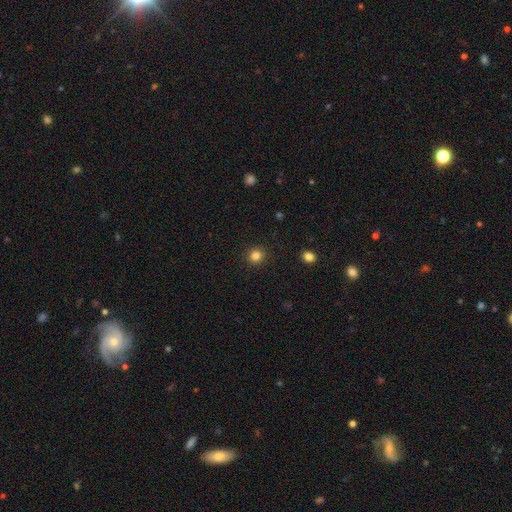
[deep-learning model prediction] smooth_or_featured: smooth (p=0.83) [alt: star or artifact p=0.12]
how_rounded: round (p=0.90) [alt: in between p=0.09]
merging: none (p=0.91) [alt: minor disturbance p=0.06]